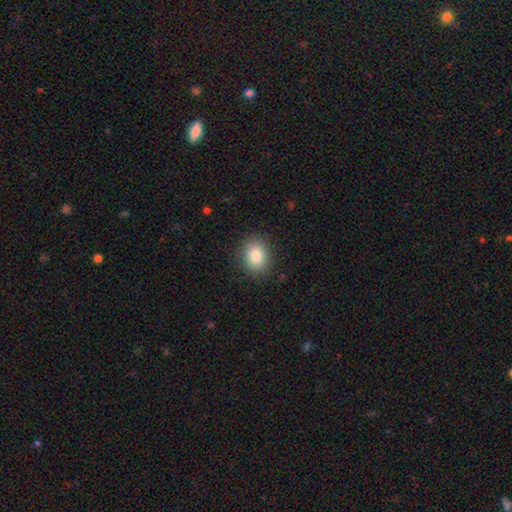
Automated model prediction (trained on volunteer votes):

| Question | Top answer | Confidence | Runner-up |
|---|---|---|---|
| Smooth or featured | smooth | 85% | star or artifact (8%) |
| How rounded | in between | 51% | round (48%) |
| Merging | none | 88% | minor disturbance (9%) |